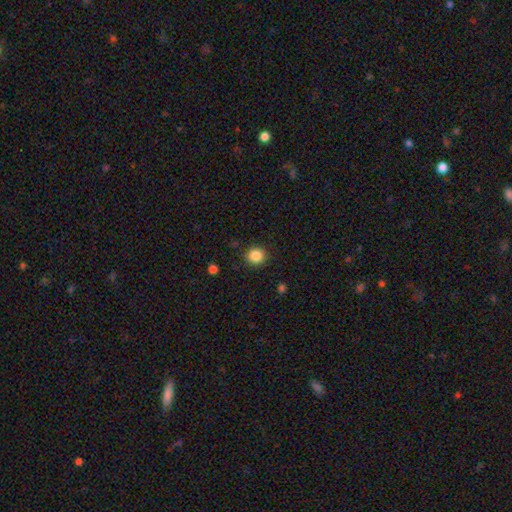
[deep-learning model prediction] Smooth or featured? Predicted: smooth (p=0.86). How rounded? Predicted: round (p=0.91). Merging? Predicted: none (p=0.89).